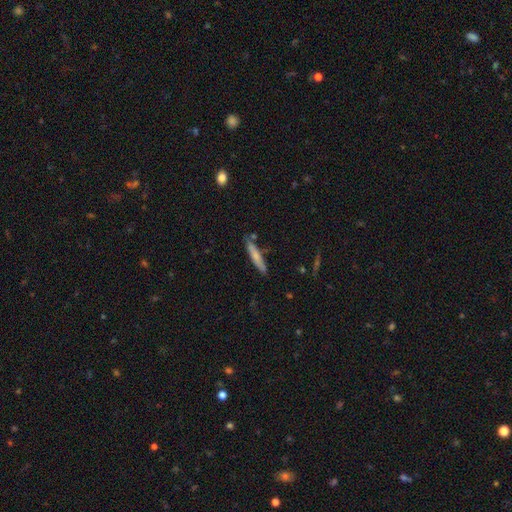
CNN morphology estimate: smooth-or-featured: smooth: 68% | featured or disk: 26% | star or artifact: 6%
  how-rounded: cigar-shaped: 92% | in between: 7% | round: 1%
  merging: none: 79% | minor disturbance: 14% | merger: 5% | major disturbance: 2%